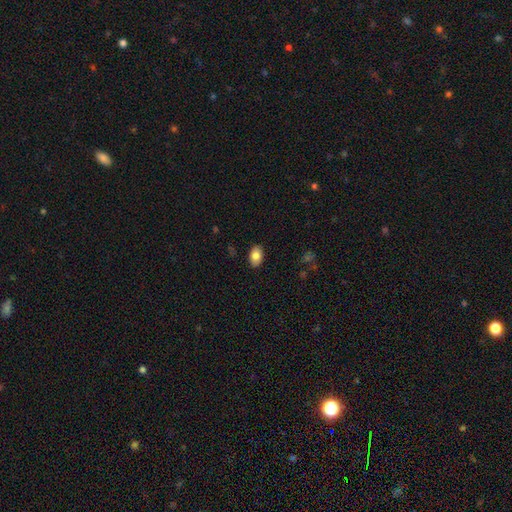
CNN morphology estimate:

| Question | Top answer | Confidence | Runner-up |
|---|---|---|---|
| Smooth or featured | smooth | 83% | featured or disk (10%) |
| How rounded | in between | 89% | round (10%) |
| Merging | none | 89% | minor disturbance (9%) |